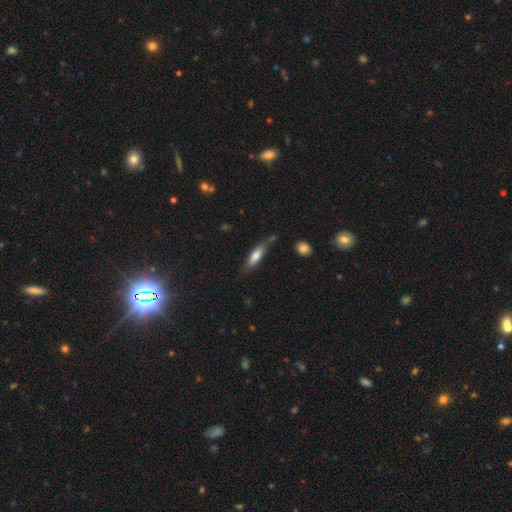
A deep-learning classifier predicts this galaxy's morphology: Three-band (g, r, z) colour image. It shows a smooth galaxy with no disk features (67%) that is cigar-shaped (59%). Merging: none (65%).